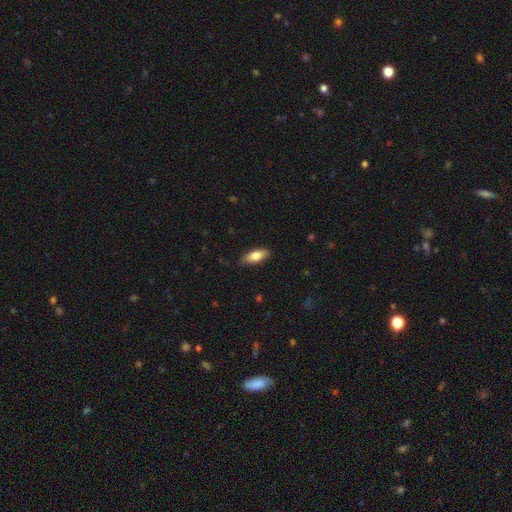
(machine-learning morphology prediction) Smooth or featured? smooth (74%)
How rounded? in between (74%)
Merging? none (83%)